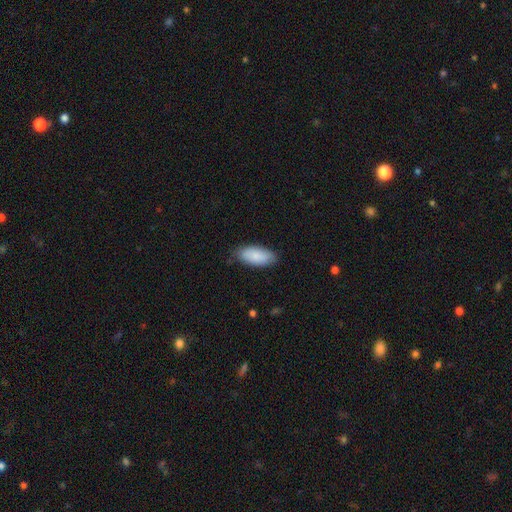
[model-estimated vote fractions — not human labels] This is clearly a smooth galaxy (86%). How rounded: clearly in between (89%). Merging: likely none (79%).